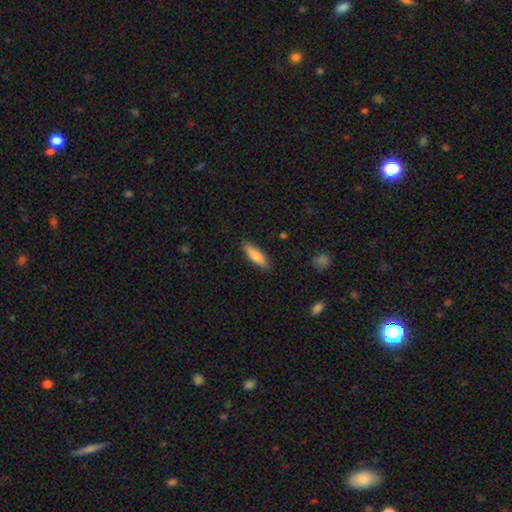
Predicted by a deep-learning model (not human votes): Morphology: type=smooth (78%); roundness=cigar-shaped (57%); merging=none (87%).